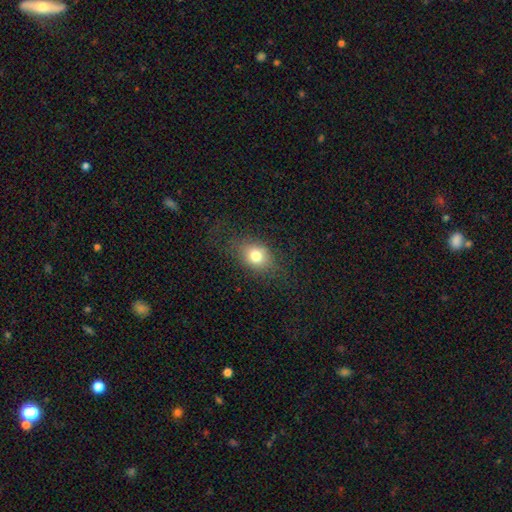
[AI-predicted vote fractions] This appears to be a smooth galaxy with no disk features (75%) that is in between round and cigar-shaped (59%). Merging: none (73%).